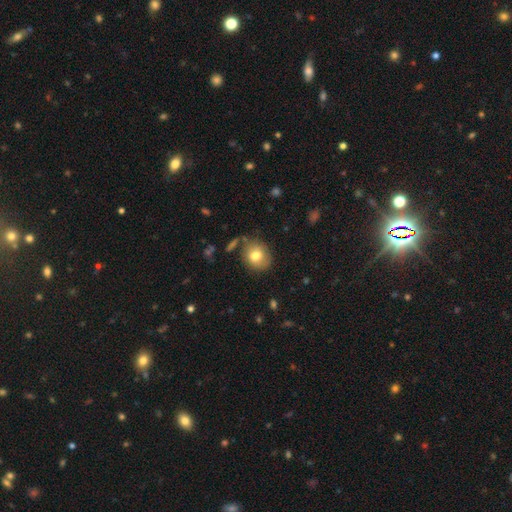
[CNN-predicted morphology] Smooth or featured: smooth — 76% (featured or disk — 14%)
How rounded: round — 70% (in between — 29%)
Merging: none — 77% (minor disturbance — 15%)